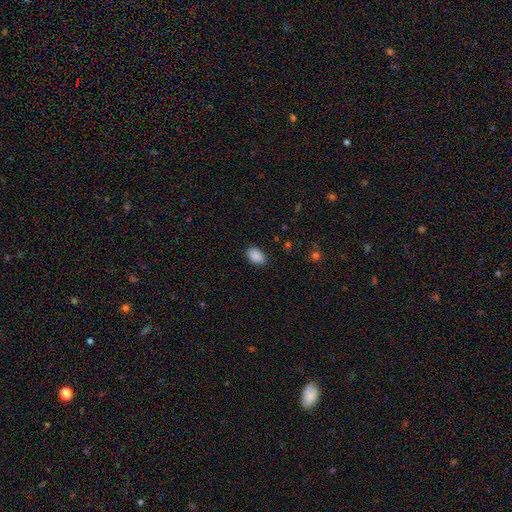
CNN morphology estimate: Smooth or featured: smooth — 90% (star or artifact — 7%)
How rounded: in between — 91% (round — 8%)
Merging: none — 85% (minor disturbance — 11%)